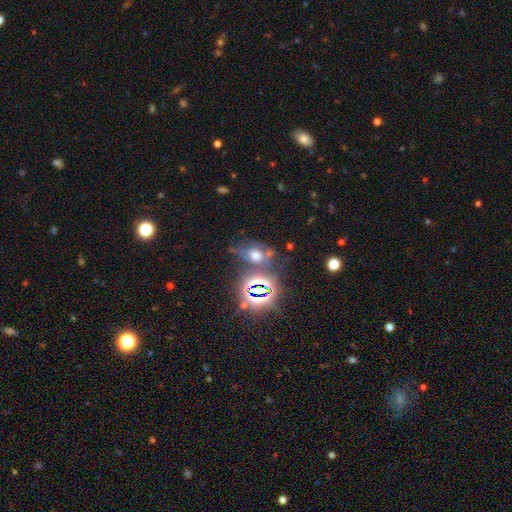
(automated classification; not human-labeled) The model was most divided on "smooth or featured": star or artifact: 42%, smooth: 37%, featured or disk: 21%.